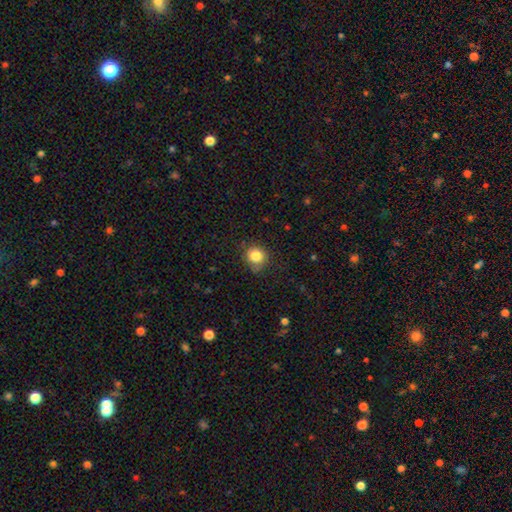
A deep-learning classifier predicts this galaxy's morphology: Smooth or featured: smooth — 84% (star or artifact — 10%)
How rounded: round — 85% (in between — 14%)
Merging: none — 75% (minor disturbance — 19%)